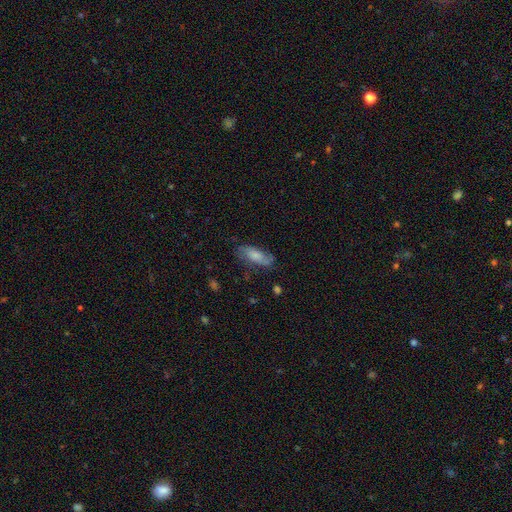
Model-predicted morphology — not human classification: The model was most divided on "smooth or featured": smooth: 58%, featured or disk: 34%, star or artifact: 7%. More confident: how rounded — in between (74%); merging — none (68%).